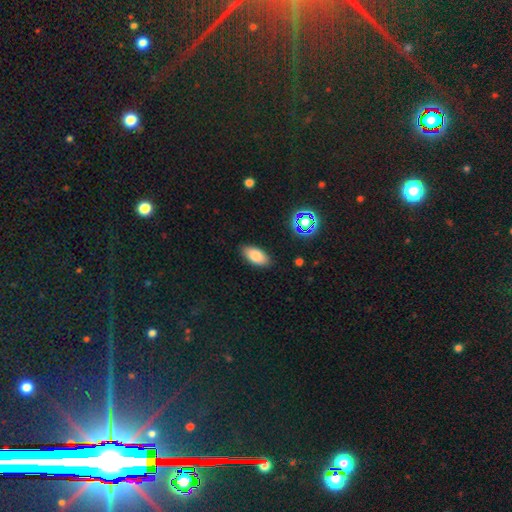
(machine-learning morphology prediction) smooth-or-featured: smooth: 82% | star or artifact: 9% | featured or disk: 9%
  how-rounded: in between: 91% | cigar-shaped: 6% | round: 3%
  merging: none: 87% | minor disturbance: 9% | major disturbance: 2% | merger: 1%